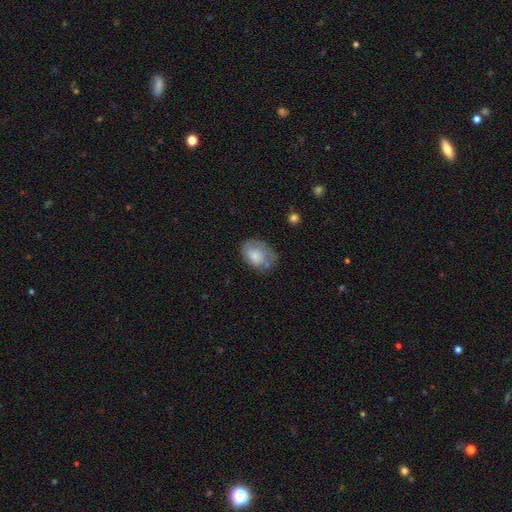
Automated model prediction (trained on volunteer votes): This appears to be a smooth galaxy with no disk features (65%) that is in between round and cigar-shaped (76%). Merging: none (44%).